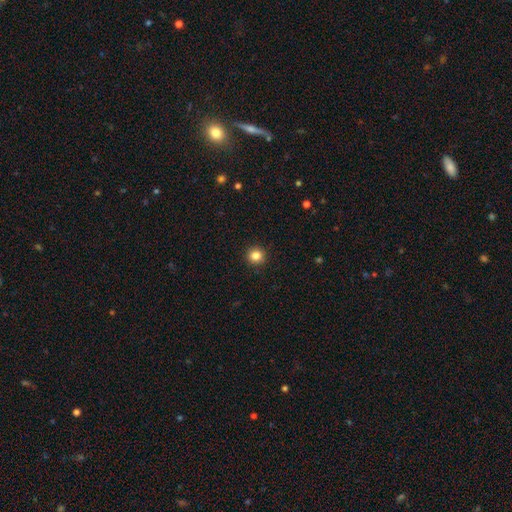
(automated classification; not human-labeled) Morphology: type=smooth (84%); roundness=round (93%); merging=none (93%).